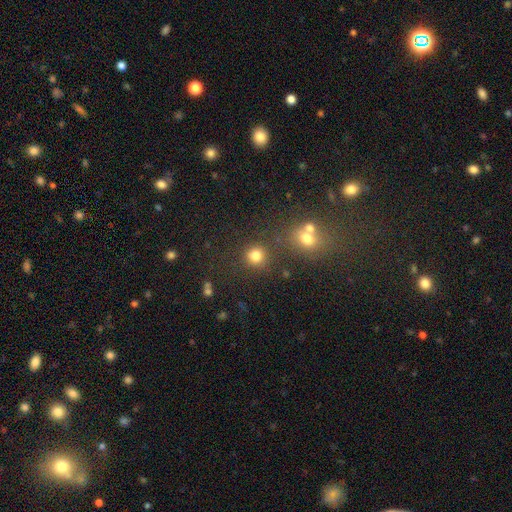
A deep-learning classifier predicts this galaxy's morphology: type=smooth (79%); roundness=round (88%); merging=none (77%).